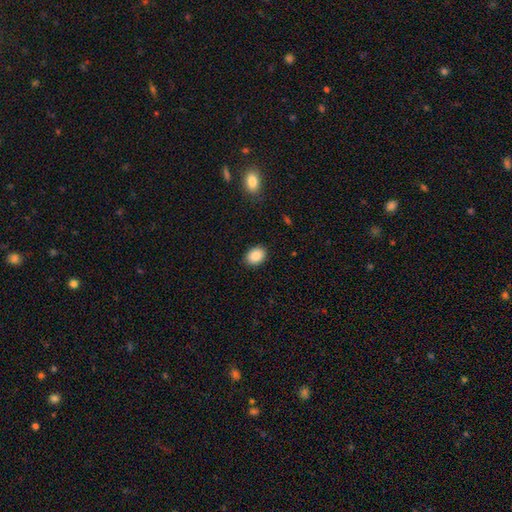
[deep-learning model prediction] smooth_or_featured: smooth (p=0.88) [alt: star or artifact p=0.08]
how_rounded: in between (p=0.65) [alt: round p=0.34]
merging: none (p=0.89) [alt: minor disturbance p=0.08]